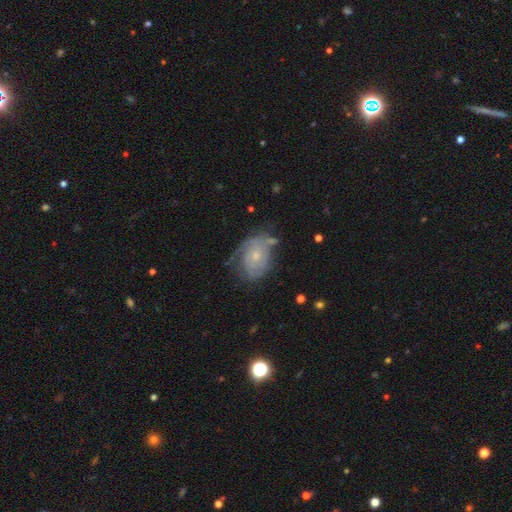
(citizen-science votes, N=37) This is likely a featured or disk galaxy (73%). It is clearly not viewed edge-on (96%). Bar: clearly no (85%). Spiral arm pattern: likely yes (65%). Spiral arm count: possibly can't tell (59%). Spiral winding: likely tight (71%). Central bulge: clearly small (81%). Merging: marginally none (34%, tied with major disturbance).